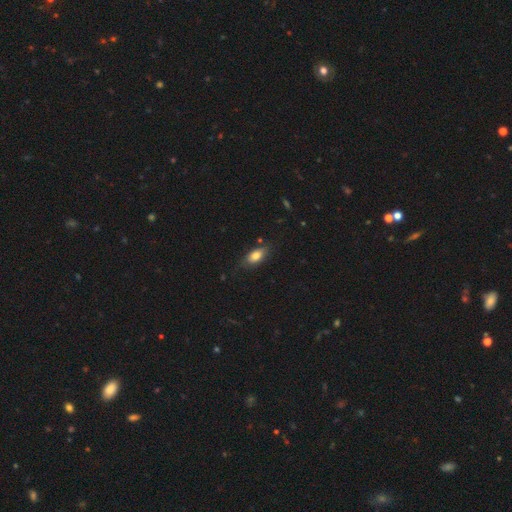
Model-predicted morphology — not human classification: Smooth or featured? smooth (79%)
How rounded? in between (86%)
Merging? none (76%)